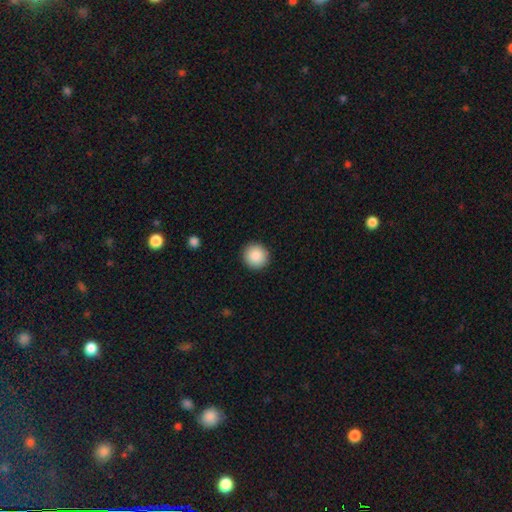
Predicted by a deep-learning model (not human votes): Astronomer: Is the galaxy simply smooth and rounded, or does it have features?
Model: smooth — 88%.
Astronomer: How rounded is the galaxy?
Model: round — 94%.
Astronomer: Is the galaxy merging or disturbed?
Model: none — 92%.